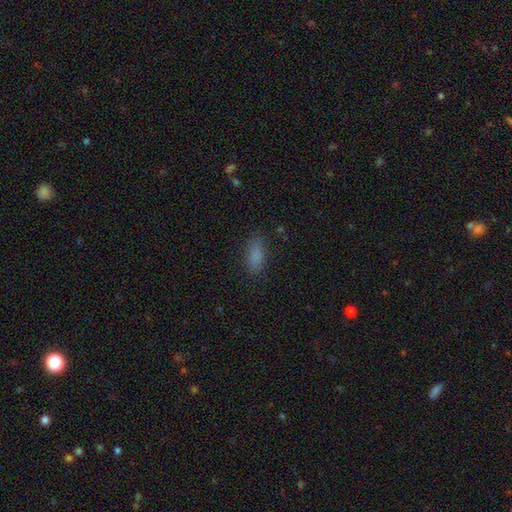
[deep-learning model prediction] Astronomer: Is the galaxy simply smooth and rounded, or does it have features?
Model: smooth — 84%.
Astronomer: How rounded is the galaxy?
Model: in between — 81%.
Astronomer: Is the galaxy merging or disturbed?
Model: none — 82%.